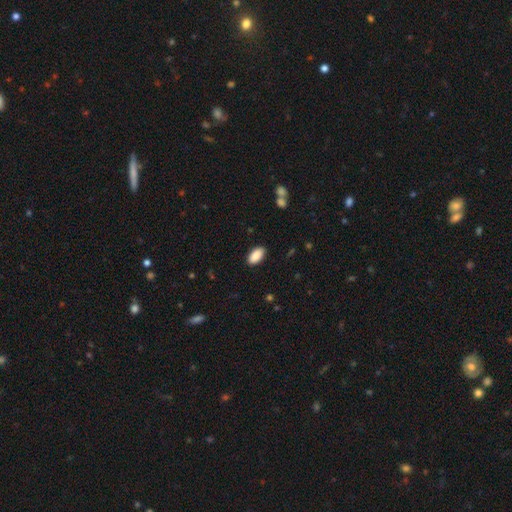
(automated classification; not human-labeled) smooth-or-featured: smooth: 90% | star or artifact: 6% | featured or disk: 4%
  how-rounded: in between: 94% | cigar-shaped: 4% | round: 2%
  merging: none: 88% | minor disturbance: 8% | major disturbance: 2% | merger: 1%